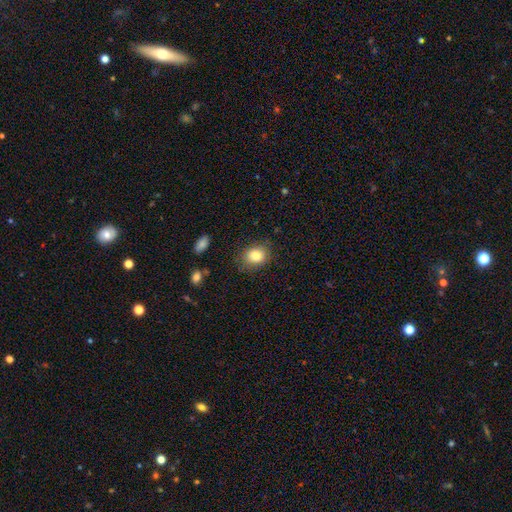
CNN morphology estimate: Smooth or featured?
  - smooth: 83% *
  - star or artifact: 9%
  - featured or disk: 8%
How rounded?
  - in between: 50% *
  - round: 49%
  - cigar-shaped: 1%
Merging?
  - none: 79% *
  - minor disturbance: 15%
  - major disturbance: 4%
  - merger: 1%